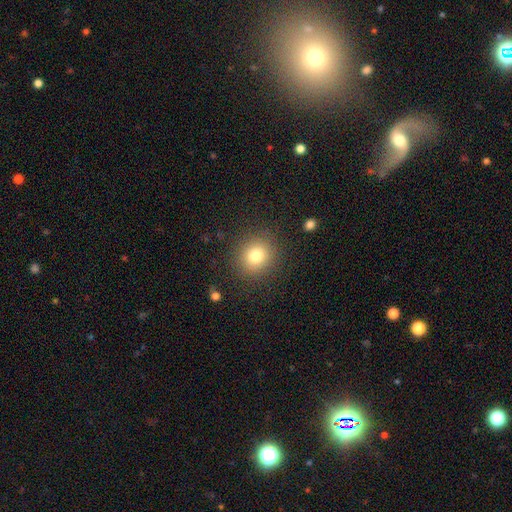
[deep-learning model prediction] smooth-or-featured: smooth: 79% | star or artifact: 12% | featured or disk: 9%
  how-rounded: round: 86% | in between: 13% | cigar-shaped: 1%
  merging: none: 87% | minor disturbance: 8% | major disturbance: 3% | merger: 1%